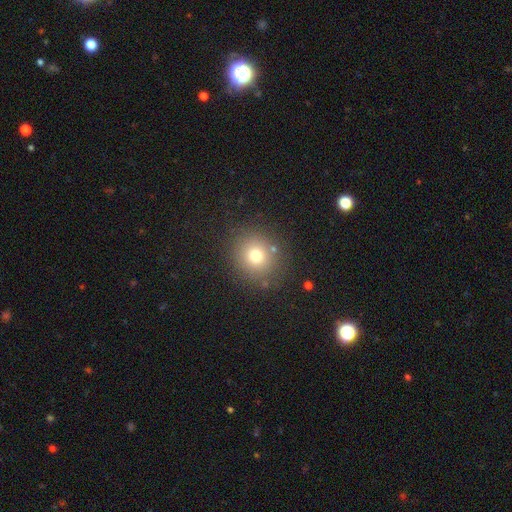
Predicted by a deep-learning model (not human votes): A smooth galaxy with no disk features (74%) that is round (86%). Merging: none (84%).